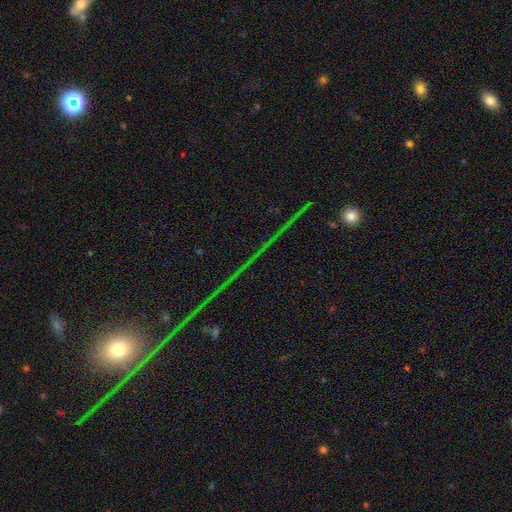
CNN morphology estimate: smooth_or_featured: star or artifact (p=0.69) [alt: featured or disk p=0.17]